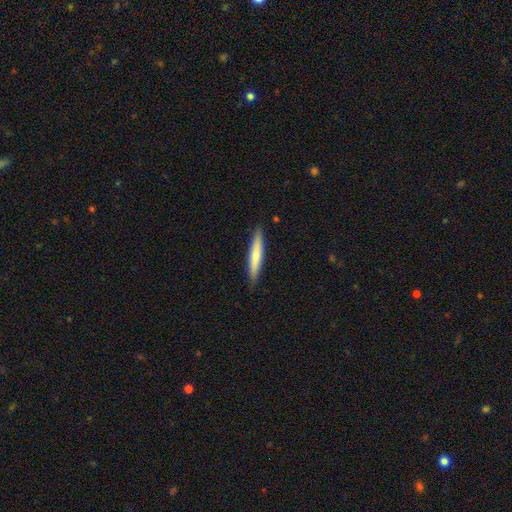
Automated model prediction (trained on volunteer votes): This appears to be a smooth galaxy with no disk features (68%) that is cigar-shaped (92%). Merging: none (89%).